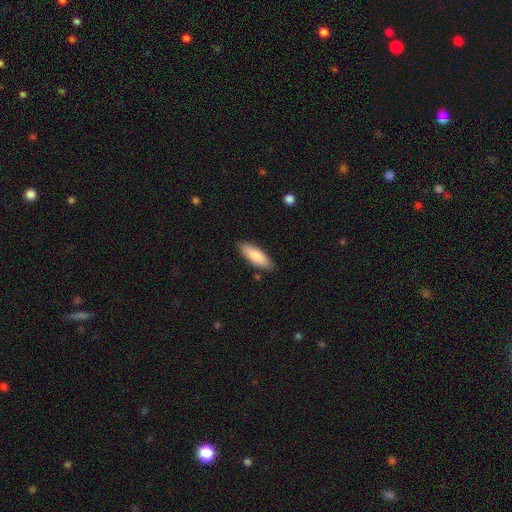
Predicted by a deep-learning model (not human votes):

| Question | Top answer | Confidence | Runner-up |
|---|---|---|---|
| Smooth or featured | smooth | 84% | featured or disk (10%) |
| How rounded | in between | 67% | cigar-shaped (32%) |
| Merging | none | 85% | minor disturbance (11%) |